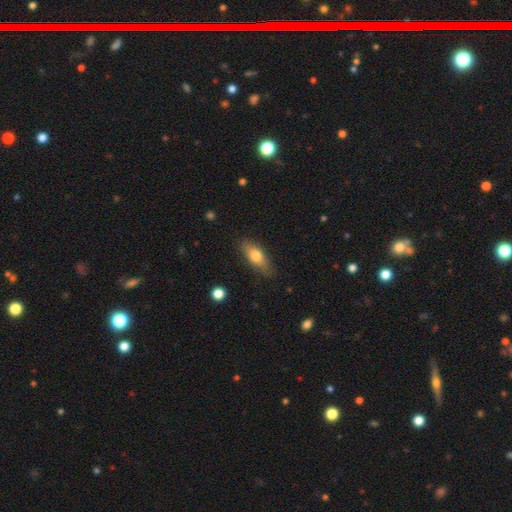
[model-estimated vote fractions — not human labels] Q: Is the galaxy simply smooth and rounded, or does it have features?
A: smooth — 72%.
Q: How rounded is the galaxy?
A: in between — 73%.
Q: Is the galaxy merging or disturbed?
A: none — 81%.